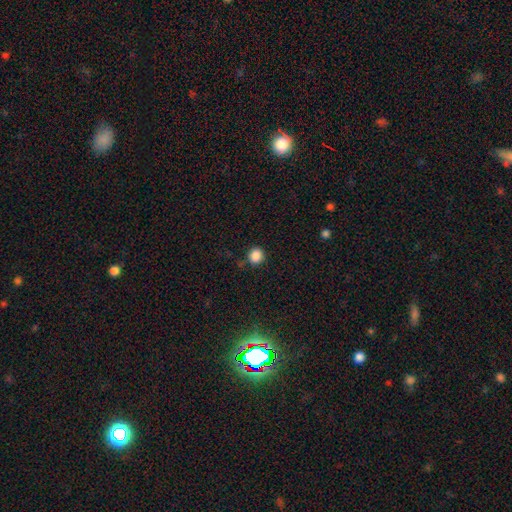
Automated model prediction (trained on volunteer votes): Q: Smooth or featured?
A: smooth (86%); runner-up: star or artifact (11%)
Q: How rounded?
A: round (88%); runner-up: in between (11%)
Q: Merging?
A: none (84%); runner-up: minor disturbance (10%)